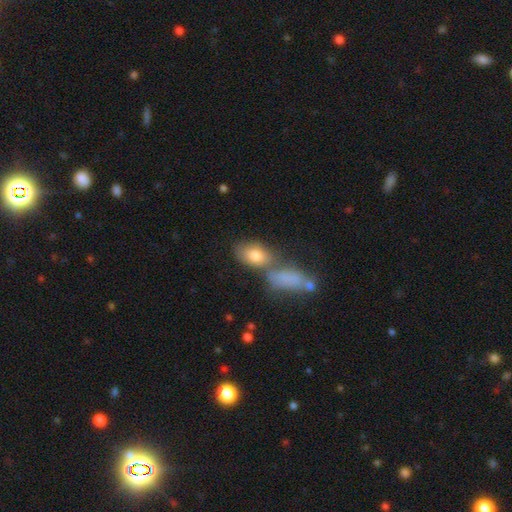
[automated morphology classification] The model was most divided on "merging": none: 45%, merger: 38%, minor disturbance: 12%, major disturbance: 6%. More confident: how rounded — in between (84%); smooth or featured — smooth (77%).